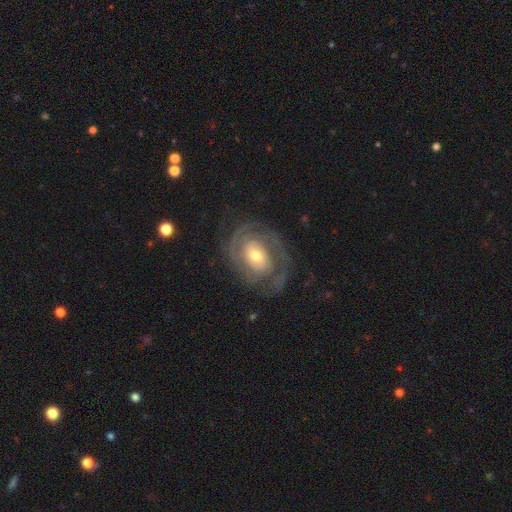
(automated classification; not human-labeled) Smooth or featured? featured or disk (85%)
Edge-on disk? no (97%)
Bar? no (61%)
Spiral arms? yes (94%)
Spiral winding? tight (64%)
Spiral arm count? 2 (47%)
Bulge size? moderate (54%)
Merging? none (71%)